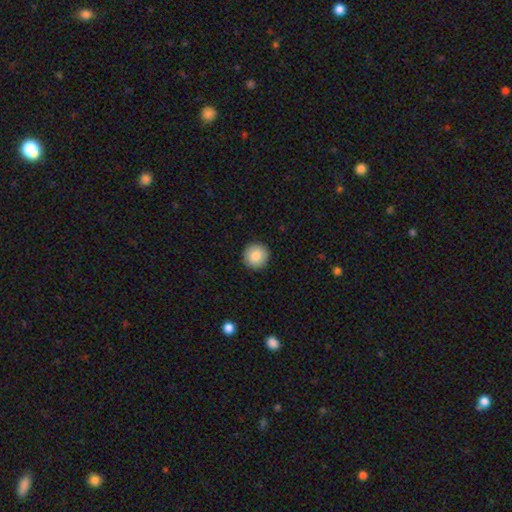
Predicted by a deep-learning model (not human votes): Smooth or featured: smooth — 86% (star or artifact — 7%)
How rounded: round — 94% (in between — 5%)
Merging: none — 92% (minor disturbance — 6%)